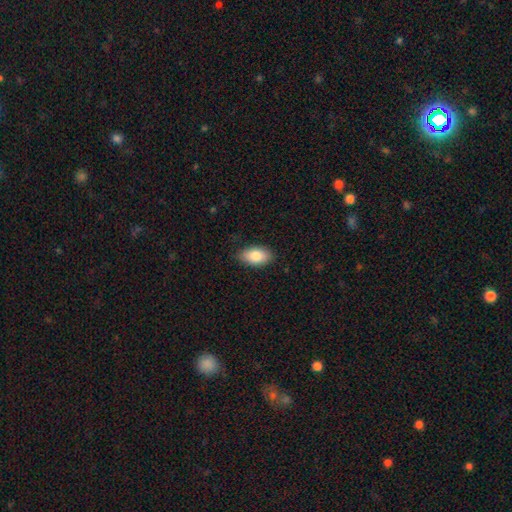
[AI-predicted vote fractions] Smooth or featured? smooth (84%)
How rounded? in between (93%)
Merging? none (86%)